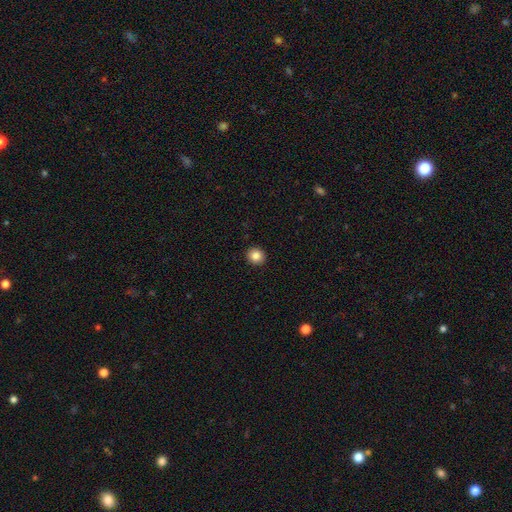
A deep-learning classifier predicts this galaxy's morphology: Overall: smooth (84%). How rounded: round (87%). Merging: none (93%).